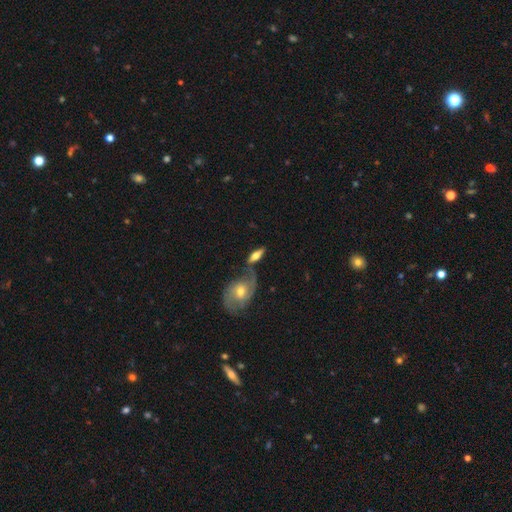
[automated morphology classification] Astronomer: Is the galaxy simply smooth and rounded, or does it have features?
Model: smooth — 48% (runner-up: featured or disk, 45%).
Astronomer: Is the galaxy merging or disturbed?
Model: none — 47% (runner-up: merger, 31%).